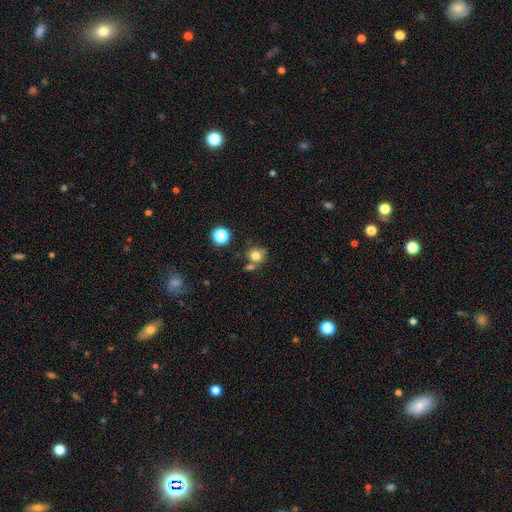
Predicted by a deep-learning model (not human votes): smooth 77%, star or artifact 13%, featured or disk 10%. Down the decision tree: how rounded — round (73%); merging — none (57%).